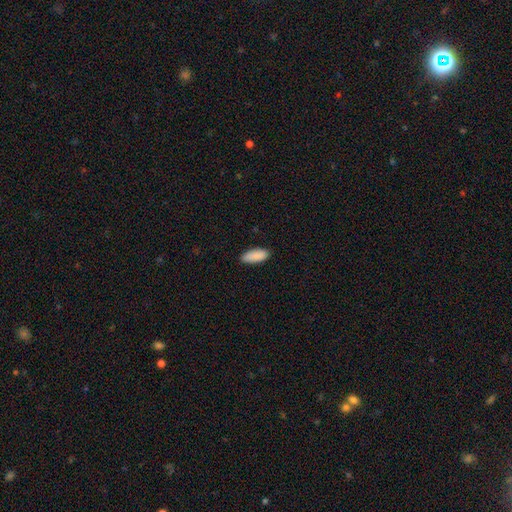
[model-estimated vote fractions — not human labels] A smooth galaxy with no disk features (90%) that is in between round and cigar-shaped (80%). Merging: none (86%).